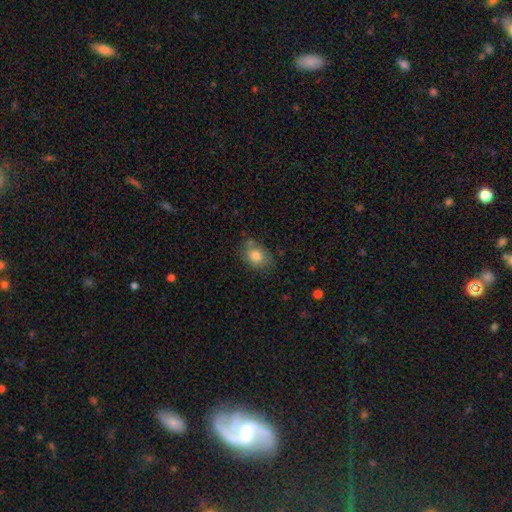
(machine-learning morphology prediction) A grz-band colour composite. It shows a smooth galaxy with no disk features (80%) that is in between round and cigar-shaped (60%). Merging: none (70%).